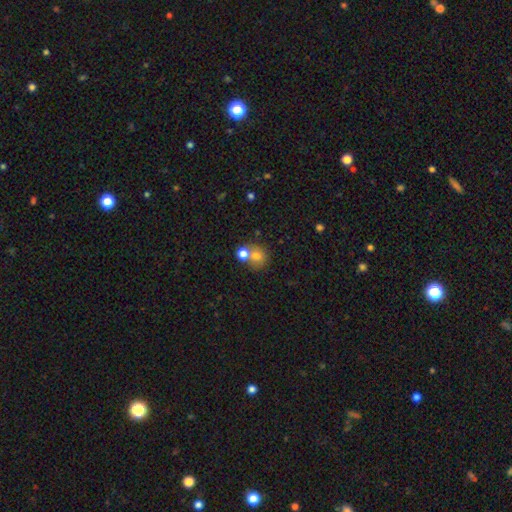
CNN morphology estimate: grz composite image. It shows a smooth galaxy with no disk features (74%) that is round (82%). Merging: none (45%).